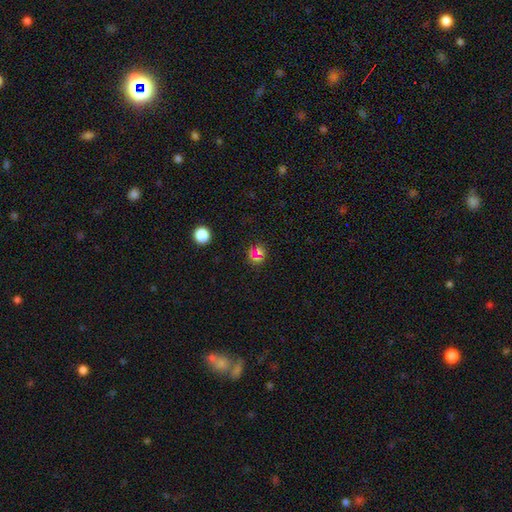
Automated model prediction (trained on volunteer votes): smooth 49%, star or artifact 38%, featured or disk 12%. Down the decision tree: merging — none (81%).